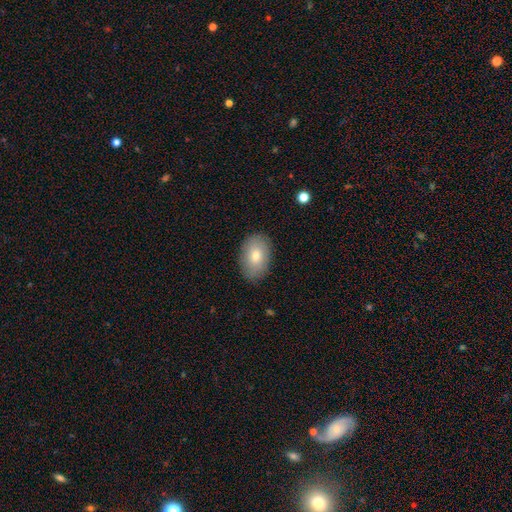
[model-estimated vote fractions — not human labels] Q: Smooth or featured?
A: smooth (75%); runner-up: featured or disk (17%)
Q: How rounded?
A: in between (86%); runner-up: round (12%)
Q: Merging?
A: none (86%); runner-up: minor disturbance (11%)